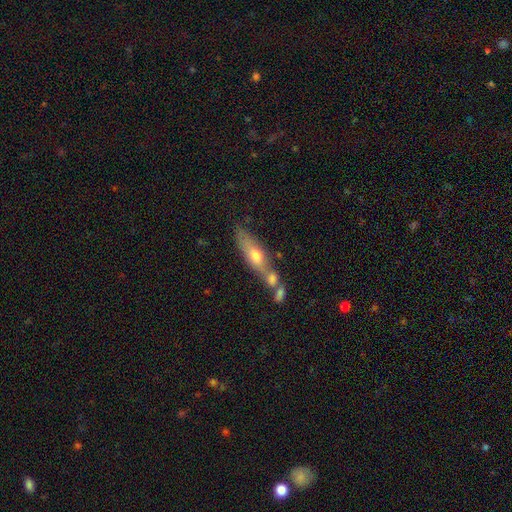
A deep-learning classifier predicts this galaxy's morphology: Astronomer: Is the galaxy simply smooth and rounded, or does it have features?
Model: smooth — 54% (runner-up: featured or disk, 39%).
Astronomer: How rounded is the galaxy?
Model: cigar-shaped — 54% (runner-up: in between, 42%).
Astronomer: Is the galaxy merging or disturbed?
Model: merger — 44% (runner-up: none, 34%).